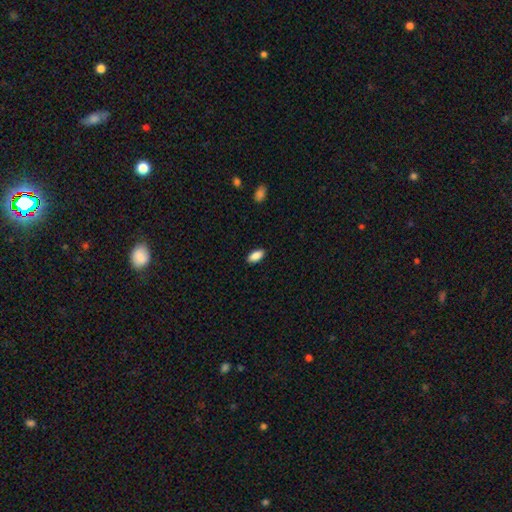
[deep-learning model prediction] smooth-or-featured: smooth: 88% | star or artifact: 7% | featured or disk: 5%
  how-rounded: in between: 90% | cigar-shaped: 7% | round: 3%
  merging: none: 89% | minor disturbance: 8% | major disturbance: 2% | merger: 1%